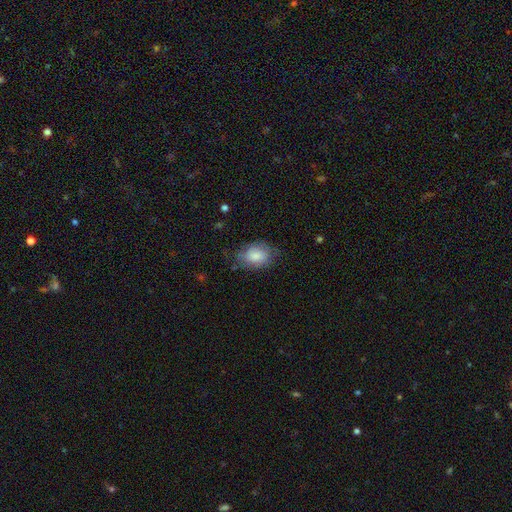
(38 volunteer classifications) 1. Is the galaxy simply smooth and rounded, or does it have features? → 95% smooth, 5% featured or disk, 0% star or artifact.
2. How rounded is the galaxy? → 67% in between, 33% round, 0% cigar-shaped.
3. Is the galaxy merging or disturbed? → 58% none, 18% minor disturbance, 18% major disturbance, 5% merger.